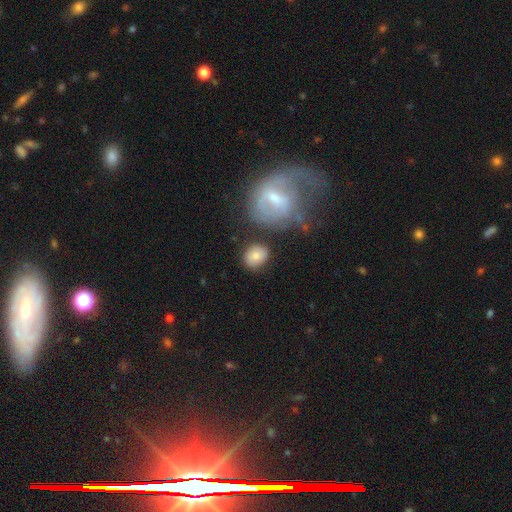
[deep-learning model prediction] smooth 78%, featured or disk 14%, star or artifact 8%. Down the decision tree: how rounded — round (59%); merging — none (74%).